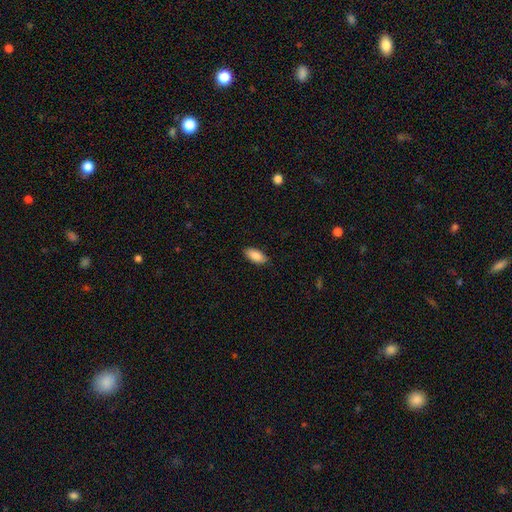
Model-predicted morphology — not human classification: Smooth or featured? smooth (88%)
How rounded? in between (91%)
Merging? none (87%)